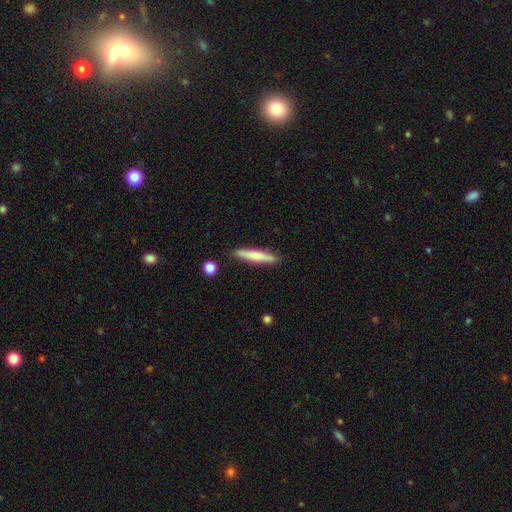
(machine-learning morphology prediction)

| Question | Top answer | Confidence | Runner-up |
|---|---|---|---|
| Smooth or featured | smooth | 67% | featured or disk (27%) |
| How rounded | cigar-shaped | 92% | in between (7%) |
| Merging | none | 87% | minor disturbance (9%) |